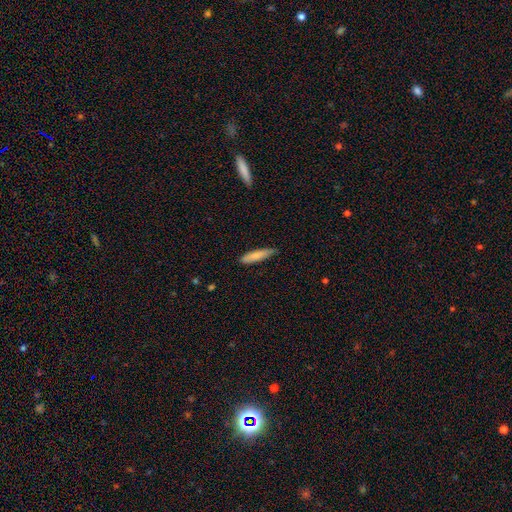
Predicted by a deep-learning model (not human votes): Overall: smooth (77%). How rounded: cigar-shaped (79%). Merging: none (75%).